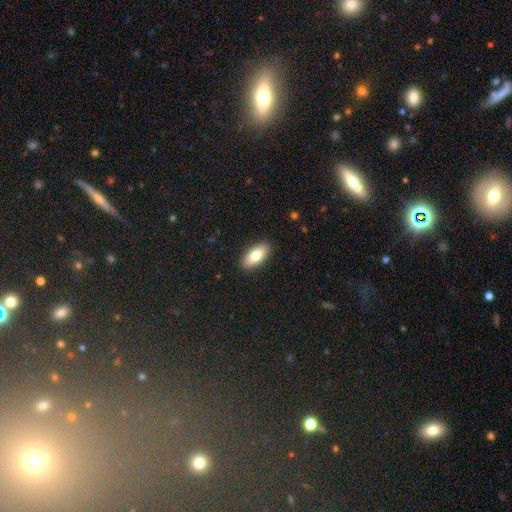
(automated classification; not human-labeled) Smooth or featured: smooth — 76% (featured or disk — 17%)
How rounded: in between — 82% (cigar-shaped — 15%)
Merging: none — 90% (minor disturbance — 8%)